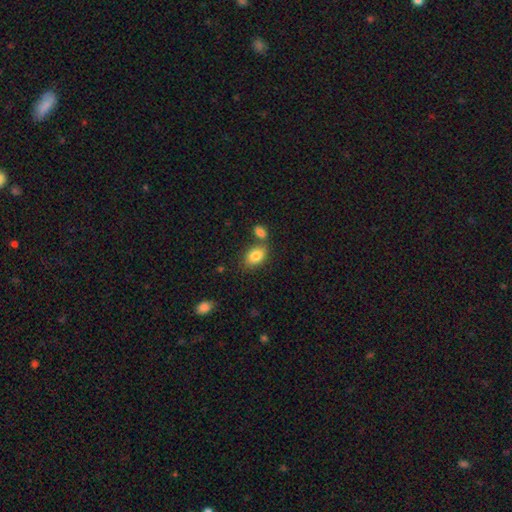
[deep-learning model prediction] Smooth or featured: smooth — 84% (featured or disk — 9%)
How rounded: in between — 84% (round — 14%)
Merging: none — 60% (merger — 23%)